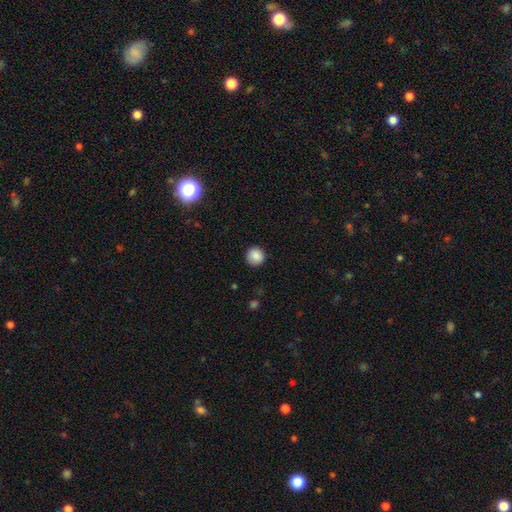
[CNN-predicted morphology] This appears to be a smooth galaxy with no disk features (87%) that is round (94%). Merging: none (90%).